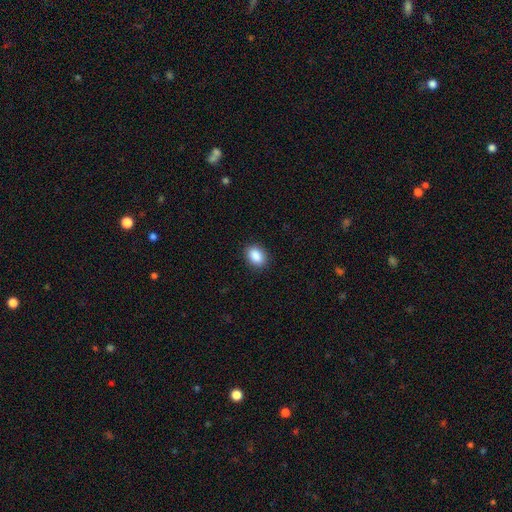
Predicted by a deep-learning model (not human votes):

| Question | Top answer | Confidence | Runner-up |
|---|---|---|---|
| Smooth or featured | smooth | 89% | star or artifact (8%) |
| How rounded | in between | 79% | round (20%) |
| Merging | none | 89% | minor disturbance (8%) |